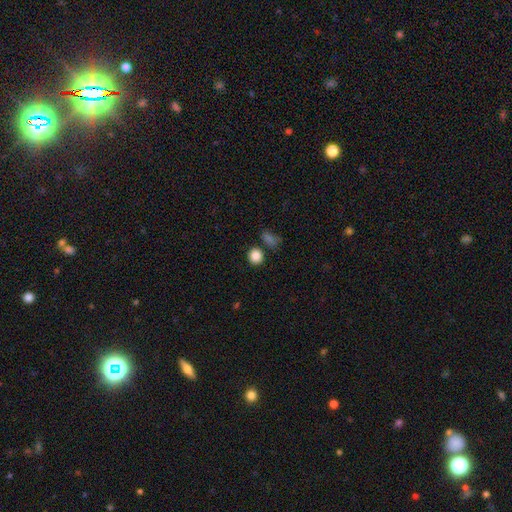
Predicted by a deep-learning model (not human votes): This is clearly a smooth galaxy (86%). How rounded: clearly round (85%). Merging: clearly none (80%).